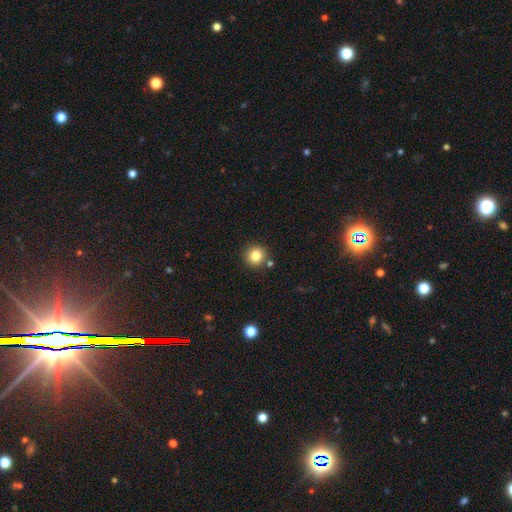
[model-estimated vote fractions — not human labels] Q: Smooth or featured?
A: smooth (82%); runner-up: star or artifact (11%)
Q: How rounded?
A: round (94%); runner-up: in between (5%)
Q: Merging?
A: none (85%); runner-up: minor disturbance (7%)